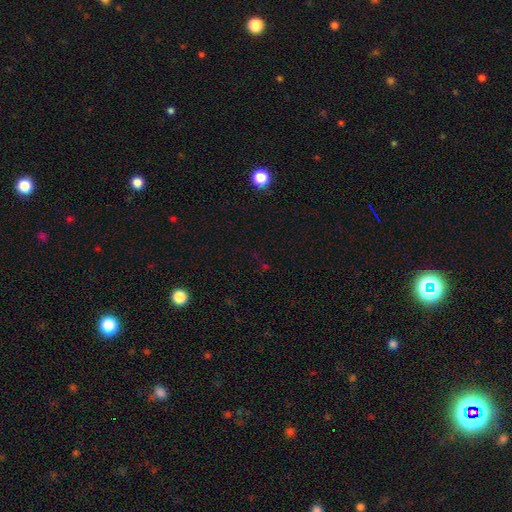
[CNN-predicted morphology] Overall: star or artifact (68%).